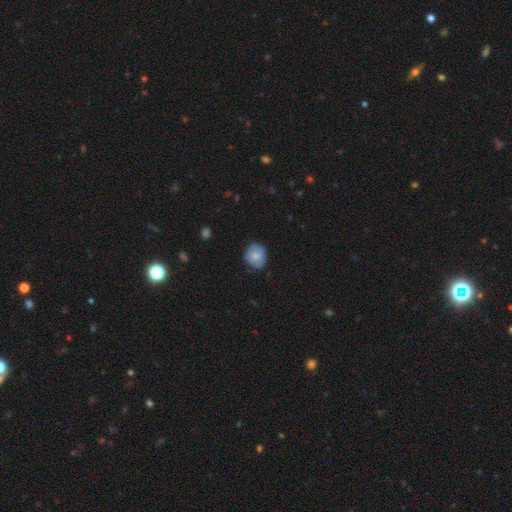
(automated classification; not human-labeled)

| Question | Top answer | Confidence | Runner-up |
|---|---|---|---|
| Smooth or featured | smooth | 81% | featured or disk (12%) |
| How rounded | round | 68% | in between (31%) |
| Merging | none | 79% | minor disturbance (17%) |